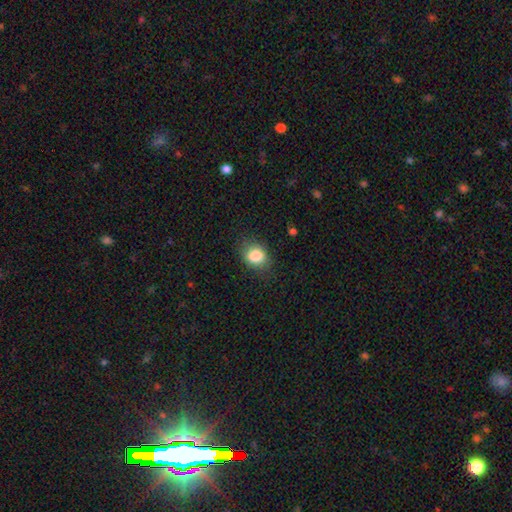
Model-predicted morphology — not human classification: A smooth galaxy with no disk features (83%) that is round (52%).

Vote fractions:
- Smooth or featured? smooth: 83% / star or artifact: 10% / featured or disk: 7%
- How rounded? round: 52% / in between: 46% / cigar-shaped: 1%
- Merging? none: 77% / minor disturbance: 17% / major disturbance: 5% / merger: 1%